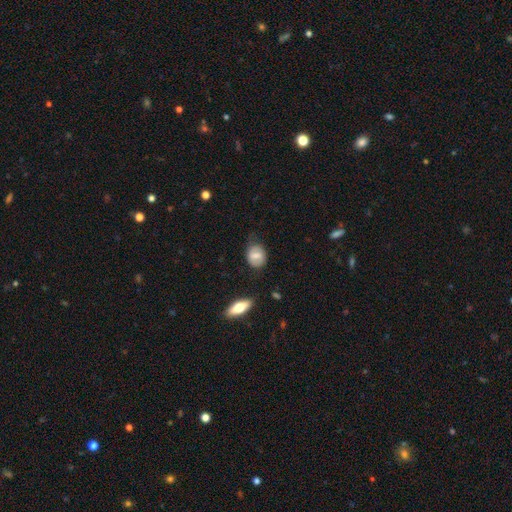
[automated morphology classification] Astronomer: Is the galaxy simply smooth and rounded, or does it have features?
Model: smooth — 65%.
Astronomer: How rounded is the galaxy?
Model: in between — 59% (runner-up: round, 39%).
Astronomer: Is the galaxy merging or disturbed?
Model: none — 68%.